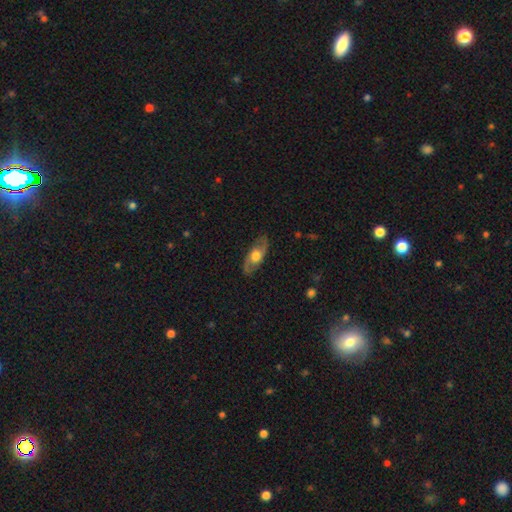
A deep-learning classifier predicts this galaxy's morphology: Smooth or featured? featured or disk (59%)
Edge-on disk? no (78%)
Merging? none (83%)